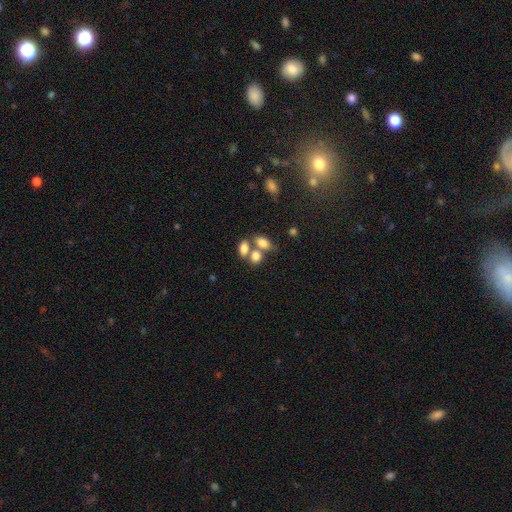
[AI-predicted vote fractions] The model was most divided on "merging": merger: 51%, none: 34%, minor disturbance: 10%, major disturbance: 6%. More confident: how rounded — in between (78%); smooth or featured — smooth (77%).